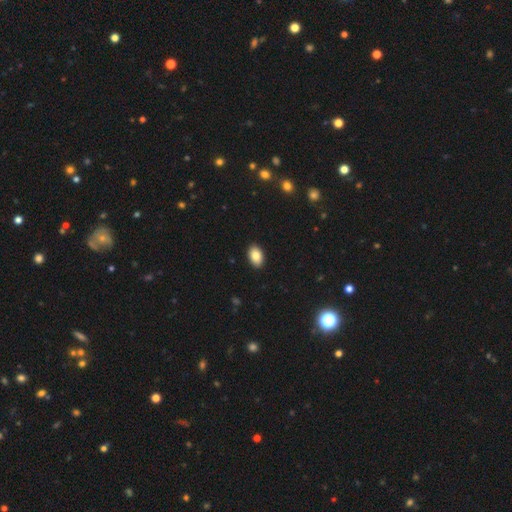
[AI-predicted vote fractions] This is clearly a smooth galaxy (86%). How rounded: clearly in between (91%). Merging: clearly none (91%).